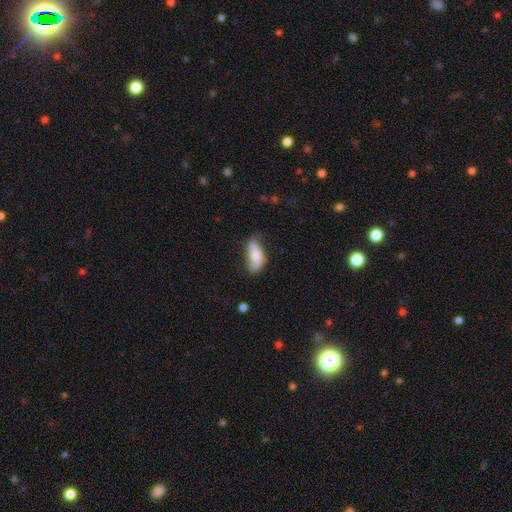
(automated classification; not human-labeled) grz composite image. It shows a smooth galaxy with no disk features (55%) that is in between round and cigar-shaped (81%). Merging: none (51%).